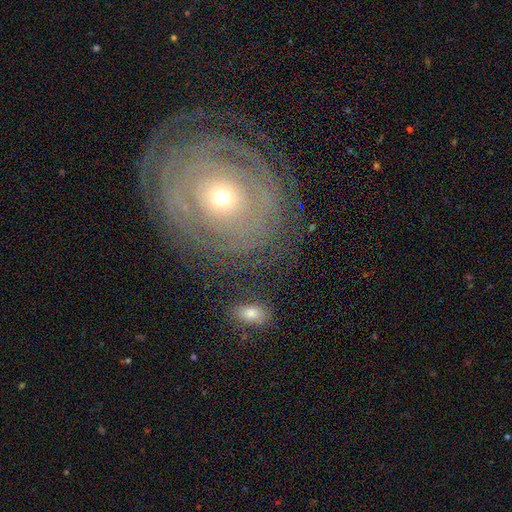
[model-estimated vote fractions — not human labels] smooth-or-featured: featured or disk: 78% | smooth: 13% | star or artifact: 8%
  disk-edge-on: no: 96% | yes: 4%
    bar: no: 81% | weak: 13% | strong: 6%
    has-spiral-arms: yes: 83% | no: 17%
      spiral-winding: tight: 87% | medium: 10% | loose: 4%
      spiral-arm-count: can't tell: 46% | 2: 14% | more than 4: 12% | 3: 11% | 4: 10% | 1: 7%
    bulge-size: small: 51% | moderate: 44% | large: 2% | dominant: 1% | none: 1%
  merging: none: 77% | minor disturbance: 13% | major disturbance: 7% | merger: 3%